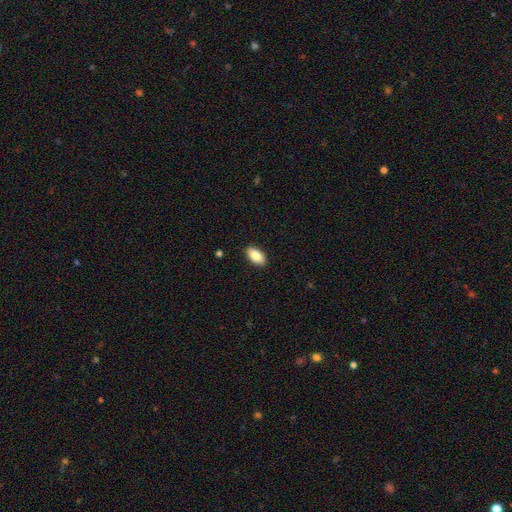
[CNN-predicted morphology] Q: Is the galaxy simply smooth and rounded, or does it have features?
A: smooth — 83%.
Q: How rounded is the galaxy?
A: in between — 92%.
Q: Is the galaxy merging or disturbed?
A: none — 90%.